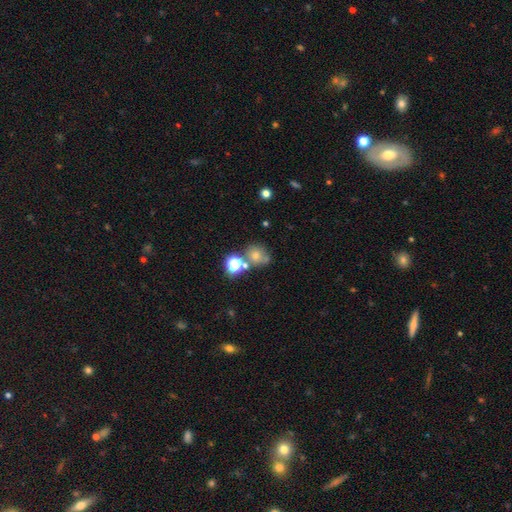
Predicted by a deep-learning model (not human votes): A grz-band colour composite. It shows a smooth galaxy with no disk features (46%). Merging: none (61%).